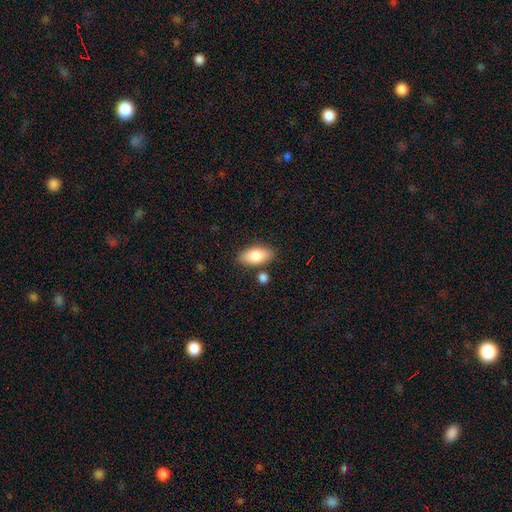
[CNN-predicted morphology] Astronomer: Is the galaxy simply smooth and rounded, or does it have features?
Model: smooth — 82%.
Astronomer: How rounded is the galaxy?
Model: in between — 89%.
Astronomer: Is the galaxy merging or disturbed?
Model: none — 81%.